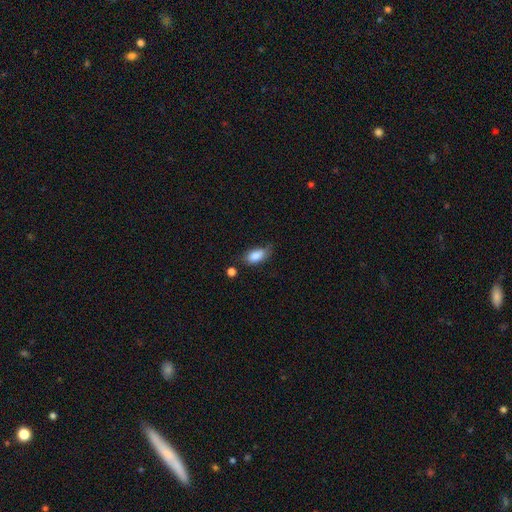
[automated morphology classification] Smooth or featured? smooth (85%)
How rounded? in between (90%)
Merging? none (54%)